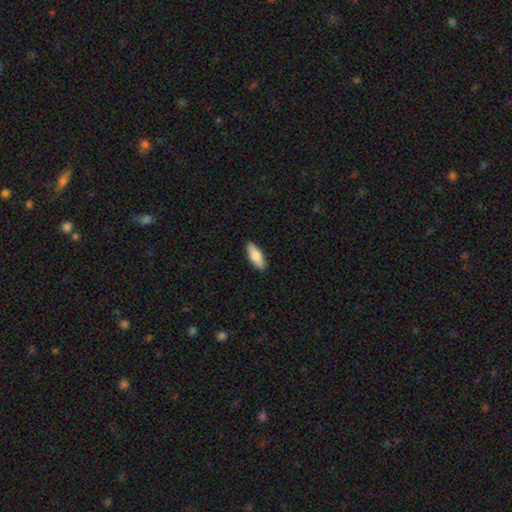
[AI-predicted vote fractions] This appears to be a smooth galaxy with no disk features (79%) that is in between round and cigar-shaped (68%). Merging: none (90%).